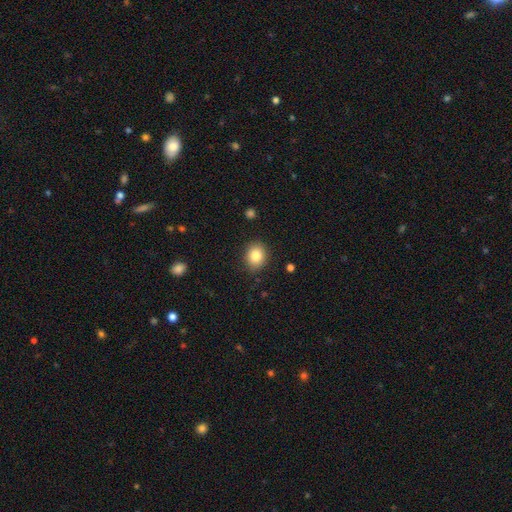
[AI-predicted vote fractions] Morphology: type=smooth (84%); roundness=round (60%); merging=none (87%).